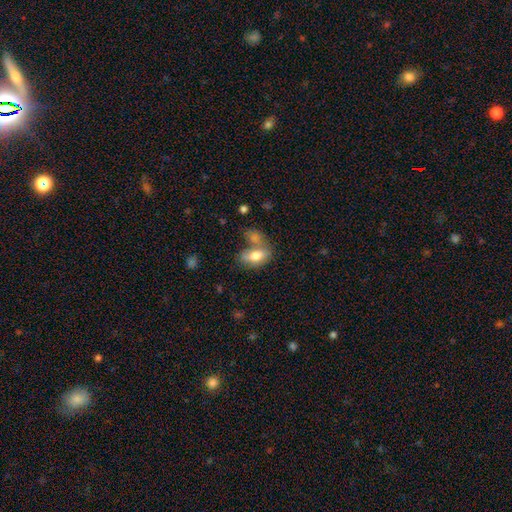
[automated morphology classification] This is likely a smooth galaxy (71%). How rounded: clearly in between (85%). Merging: marginally none (44%).